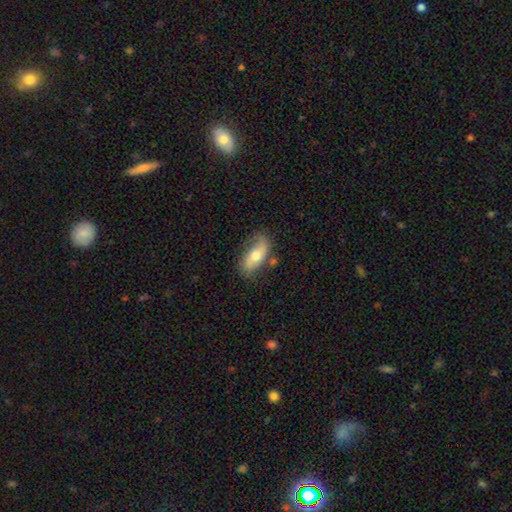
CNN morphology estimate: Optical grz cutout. It shows a smooth galaxy with no disk features (55%) that is in between round and cigar-shaped (86%). Merging: none (66%).